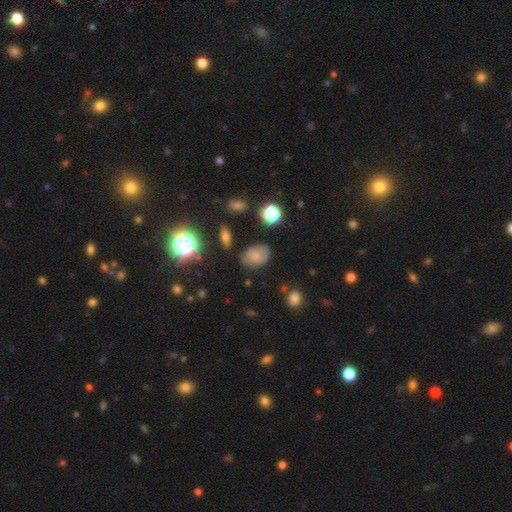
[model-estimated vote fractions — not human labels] Overall: smooth (64%). How rounded: in between (78%). Merging: none (64%; minor disturbance 24%).